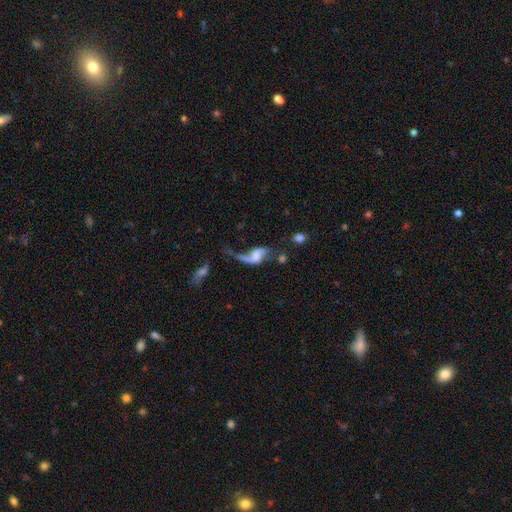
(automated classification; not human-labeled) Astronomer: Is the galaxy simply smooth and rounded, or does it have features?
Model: featured or disk — 65%.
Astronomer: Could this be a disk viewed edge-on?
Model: no — 94%.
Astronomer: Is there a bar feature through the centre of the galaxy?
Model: no — 48% (runner-up: weak, 36%).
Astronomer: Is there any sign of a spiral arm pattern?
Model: yes — 79%.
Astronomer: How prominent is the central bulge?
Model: none — 42% (runner-up: small, 22%).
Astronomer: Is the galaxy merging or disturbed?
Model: major disturbance — 41% (runner-up: none, 25%).